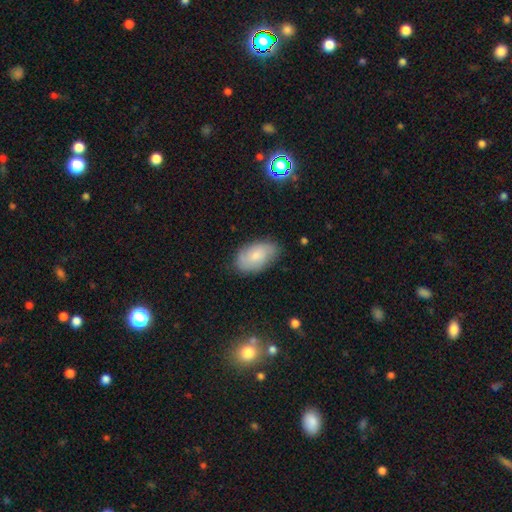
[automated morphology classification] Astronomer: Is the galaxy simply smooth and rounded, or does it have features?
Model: smooth — 53% (runner-up: featured or disk, 39%).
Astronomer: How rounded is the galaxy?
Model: in between — 92%.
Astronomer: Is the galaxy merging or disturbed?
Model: none — 77%.